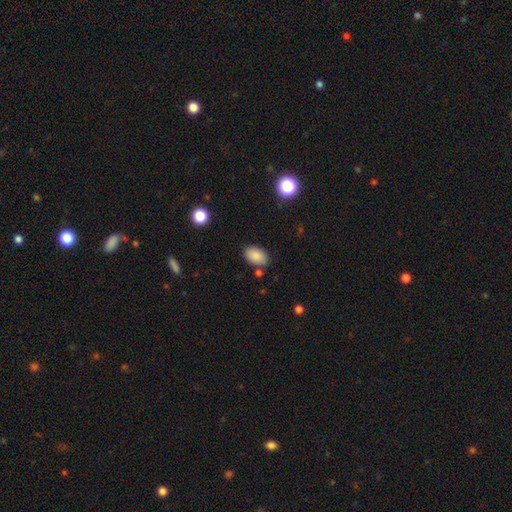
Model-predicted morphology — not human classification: Smooth or featured? smooth (86%)
How rounded? in between (89%)
Merging? none (81%)